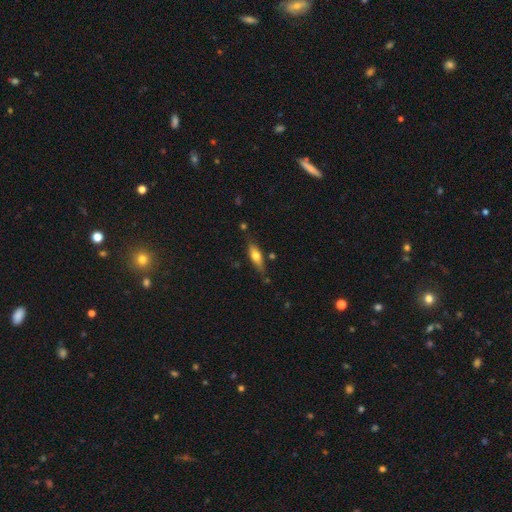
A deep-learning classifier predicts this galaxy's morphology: The model was most divided on "how rounded": in between: 49%, cigar-shaped: 48%, round: 3%. More confident: merging — none (74%); smooth or featured — smooth (59%).